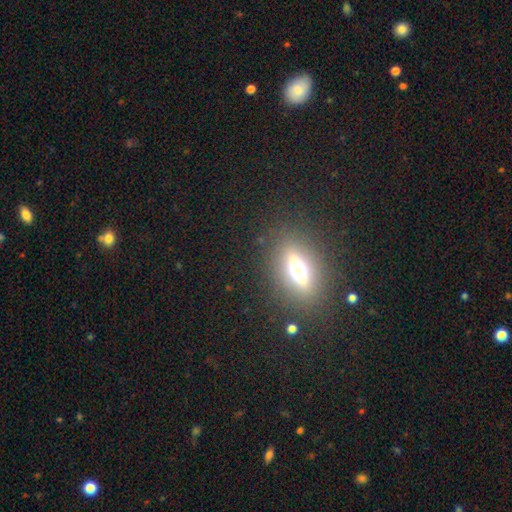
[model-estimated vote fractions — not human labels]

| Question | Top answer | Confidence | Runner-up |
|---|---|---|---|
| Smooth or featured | smooth | 50% | featured or disk (31%) |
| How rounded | in between | 65% | cigar-shaped (27%) |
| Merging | none | 87% | minor disturbance (8%) |